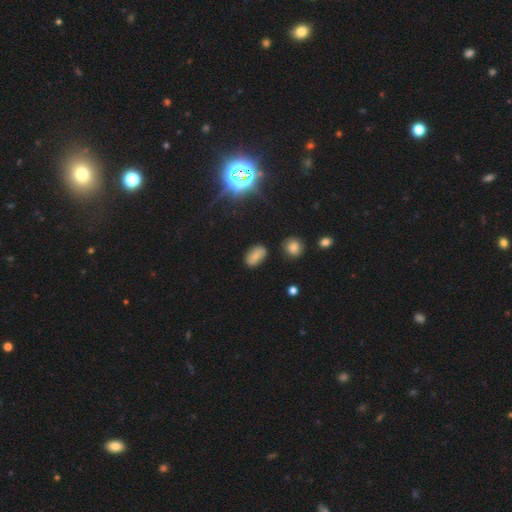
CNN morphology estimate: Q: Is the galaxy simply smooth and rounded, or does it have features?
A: smooth — 74%.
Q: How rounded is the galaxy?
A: in between — 92%.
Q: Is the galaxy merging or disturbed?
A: none — 81%.